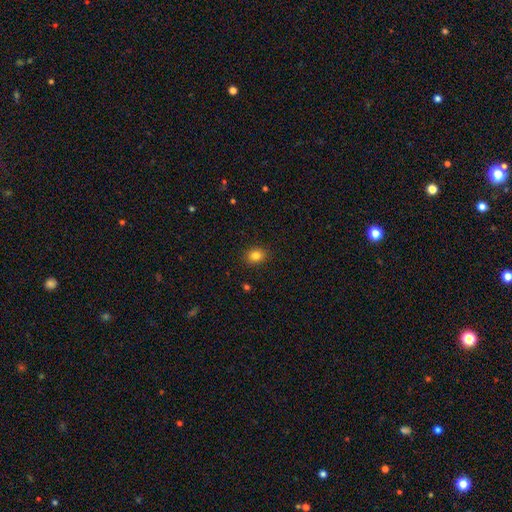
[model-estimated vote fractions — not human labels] A smooth galaxy with no disk features (83%) that is round (58%). Merging: none (89%).